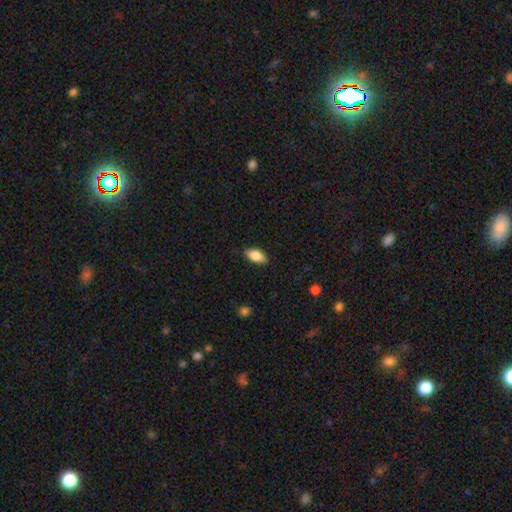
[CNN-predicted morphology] A smooth galaxy with no disk features (85%) that is in between round and cigar-shaped (91%). Merging: none (85%).